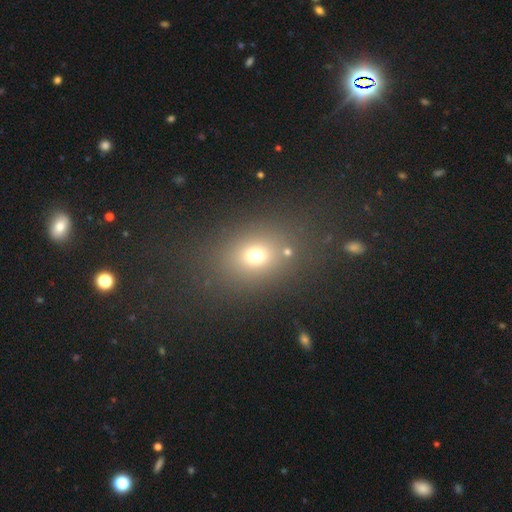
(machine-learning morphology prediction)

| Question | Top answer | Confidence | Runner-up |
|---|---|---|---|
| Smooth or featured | smooth | 69% | star or artifact (20%) |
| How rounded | in between | 51% | round (47%) |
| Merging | none | 76% | minor disturbance (11%) |